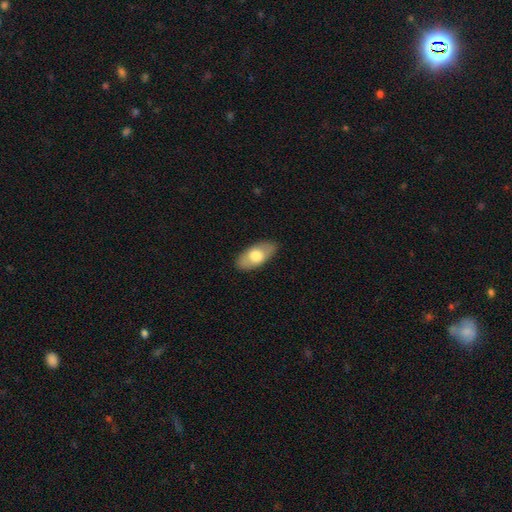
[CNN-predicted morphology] type=smooth (67%); roundness=in between (91%); merging=none (85%).